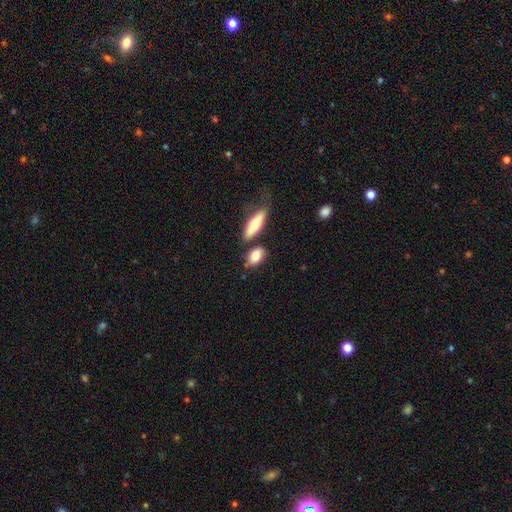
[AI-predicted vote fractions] A smooth galaxy with no disk features (80%) that is in between round and cigar-shaped (76%).

Vote fractions:
- Smooth or featured? smooth: 80% / featured or disk: 13% / star or artifact: 7%
- How rounded? in between: 76% / round: 15% / cigar-shaped: 8%
- Merging? none: 64% / merger: 16% / minor disturbance: 15% / major disturbance: 4%